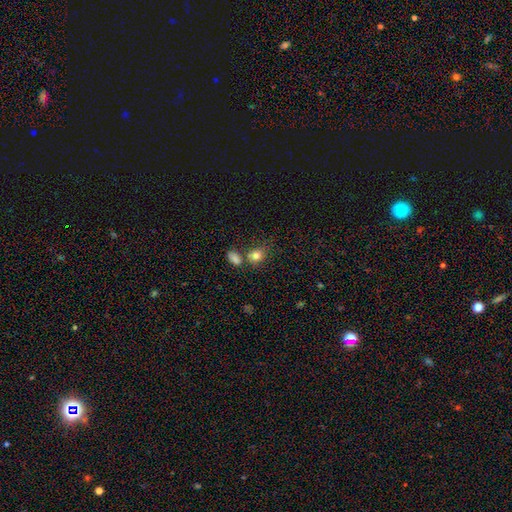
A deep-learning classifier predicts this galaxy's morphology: A smooth galaxy with no disk features (80%) that is round (56%). Merging: none (53%).